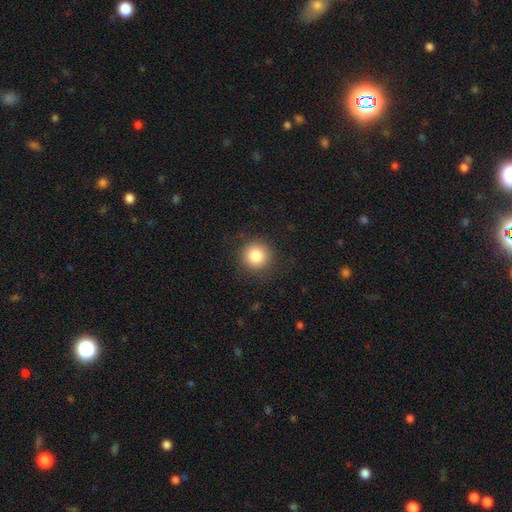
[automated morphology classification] type=smooth (82%); roundness=round (95%); merging=none (90%).